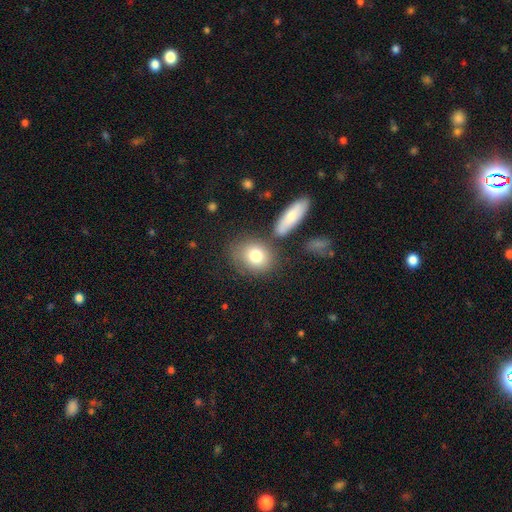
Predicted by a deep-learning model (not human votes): Smooth or featured? smooth (79%)
How rounded? round (55%)
Merging? none (68%)